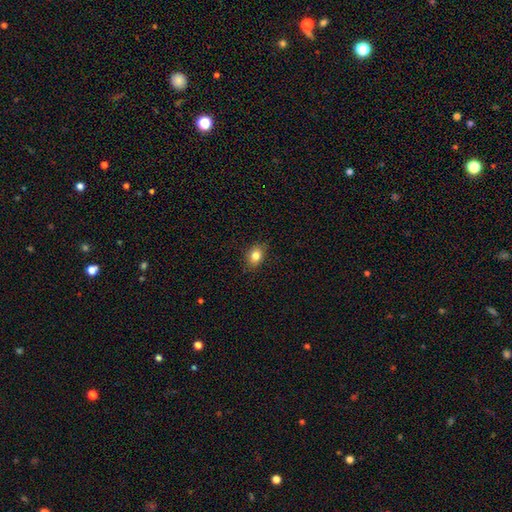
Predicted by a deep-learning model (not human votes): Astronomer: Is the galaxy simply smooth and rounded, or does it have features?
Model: smooth — 83%.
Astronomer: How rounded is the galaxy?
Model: in between — 64%.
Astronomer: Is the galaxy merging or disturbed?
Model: none — 86%.